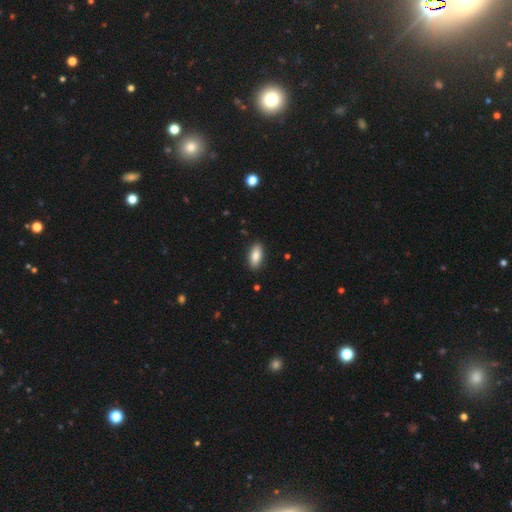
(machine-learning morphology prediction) Smooth or featured? smooth (86%)
How rounded? in between (86%)
Merging? none (89%)